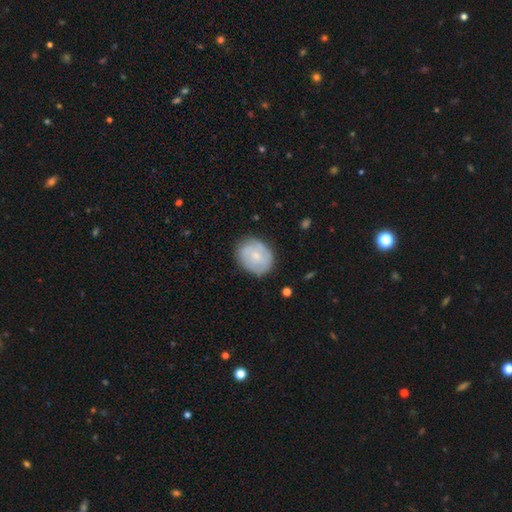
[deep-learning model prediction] smooth_or_featured: smooth (p=0.54) [alt: featured or disk p=0.40]
how_rounded: round (p=0.53) [alt: in between p=0.46]
merging: none (p=0.76) [alt: minor disturbance p=0.18]